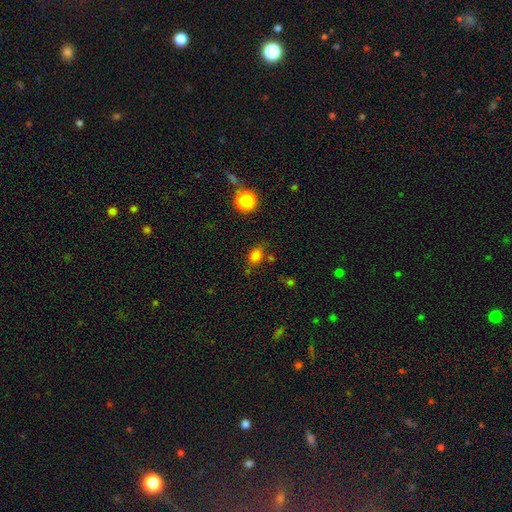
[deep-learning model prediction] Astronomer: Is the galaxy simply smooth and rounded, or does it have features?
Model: smooth — 82%.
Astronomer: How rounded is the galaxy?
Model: in between — 73%.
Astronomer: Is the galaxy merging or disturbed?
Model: none — 69%.